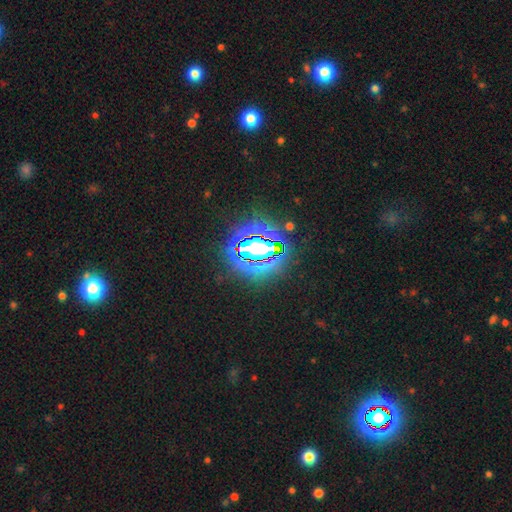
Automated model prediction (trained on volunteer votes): smooth_or_featured: star or artifact (p=0.79) [alt: smooth p=0.12]